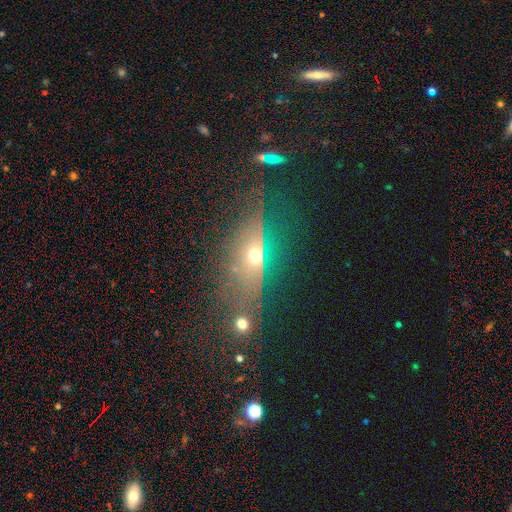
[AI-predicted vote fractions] Smooth or featured? featured or disk (38%)
Merging? none (59%)